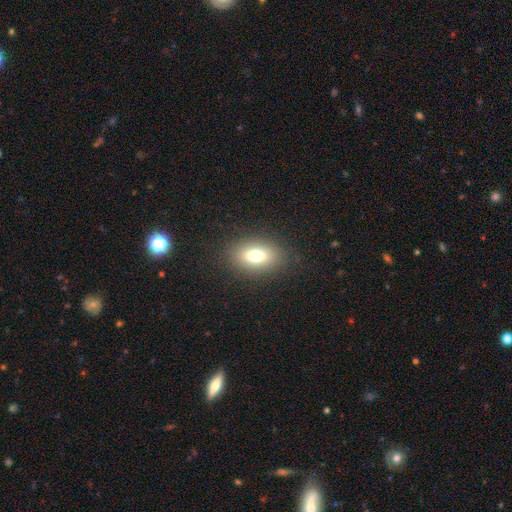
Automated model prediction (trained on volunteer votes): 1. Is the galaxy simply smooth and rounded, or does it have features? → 74% smooth, 14% featured or disk, 12% star or artifact.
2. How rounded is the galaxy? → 81% in between, 16% round, 3% cigar-shaped.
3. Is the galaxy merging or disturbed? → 85% none, 9% minor disturbance, 4% major disturbance, 1% merger.